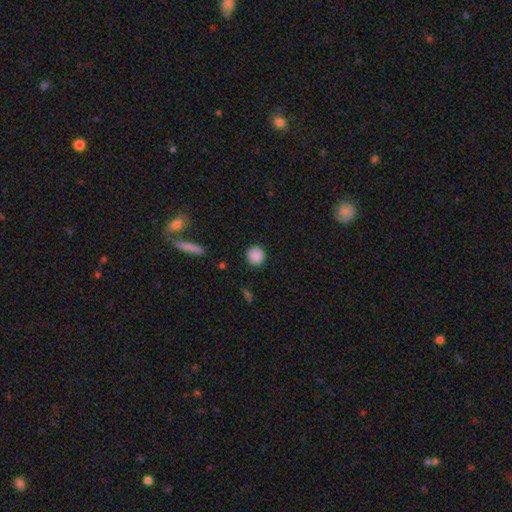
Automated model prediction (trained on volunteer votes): This appears to be a smooth galaxy with no disk features (88%) that is round (93%). Merging: none (90%).